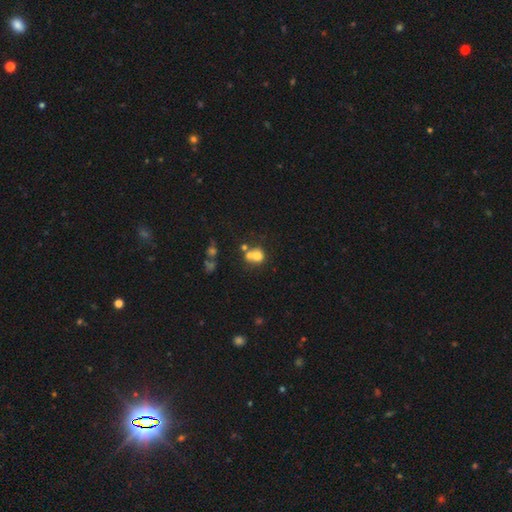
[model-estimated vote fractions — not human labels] Smooth or featured?
  - smooth: 68% *
  - featured or disk: 19%
  - star or artifact: 13%
How rounded?
  - round: 73% *
  - in between: 26%
  - cigar-shaped: 1%
Merging?
  - merger: 50% *
  - none: 34%
  - minor disturbance: 10%
  - major disturbance: 6%